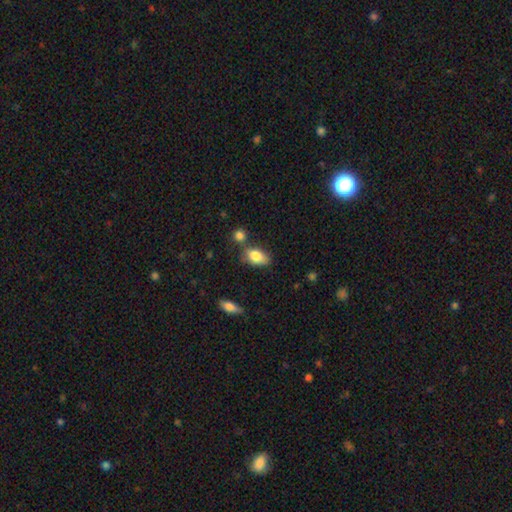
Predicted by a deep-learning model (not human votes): Smooth or featured? smooth (82%)
How rounded? in between (89%)
Merging? none (58%)